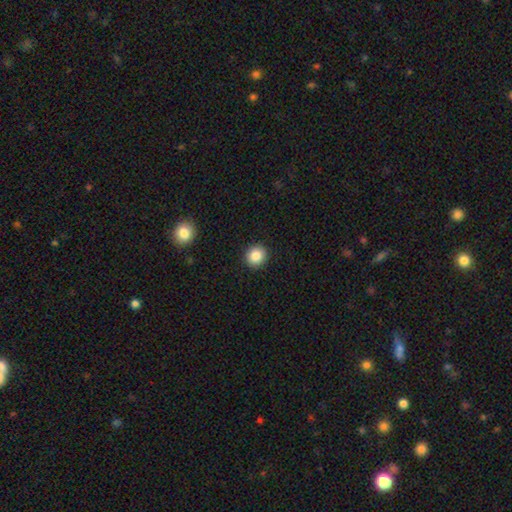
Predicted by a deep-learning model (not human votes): Smooth or featured?
  - smooth: 86% *
  - star or artifact: 9%
  - featured or disk: 5%
How rounded?
  - round: 88% *
  - in between: 11%
  - cigar-shaped: 1%
Merging?
  - none: 92% *
  - minor disturbance: 5%
  - major disturbance: 2%
  - merger: 1%